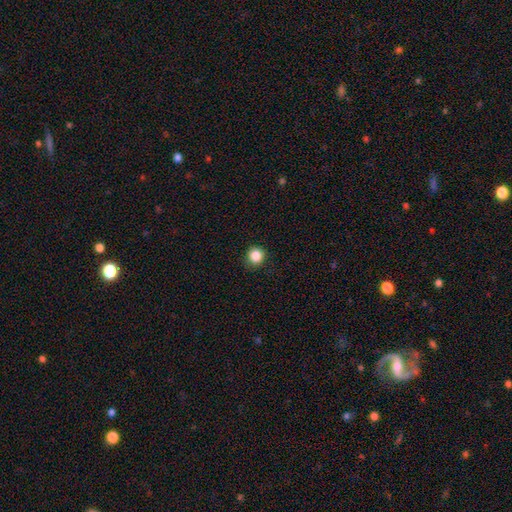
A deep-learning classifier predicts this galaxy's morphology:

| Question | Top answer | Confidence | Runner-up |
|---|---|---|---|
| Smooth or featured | smooth | 86% | star or artifact (11%) |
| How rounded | round | 93% | in between (6%) |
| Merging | none | 90% | minor disturbance (7%) |